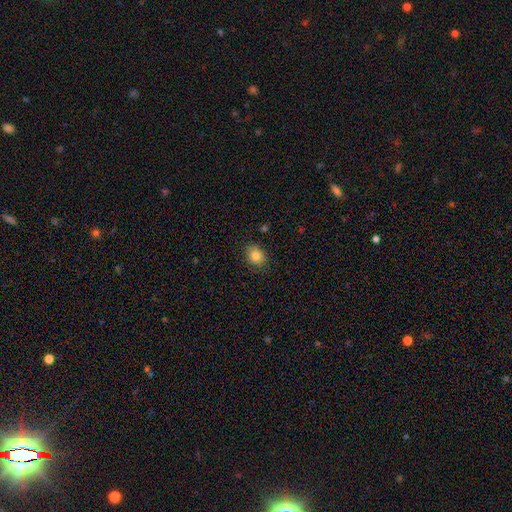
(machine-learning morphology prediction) smooth 83%, star or artifact 10%, featured or disk 7%. Down the decision tree: how rounded — round (53%); merging — none (86%).